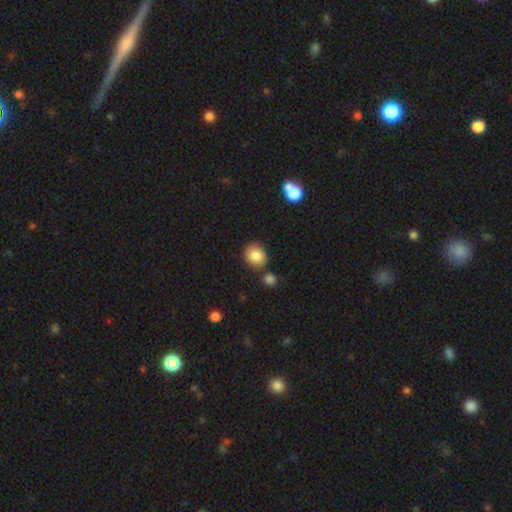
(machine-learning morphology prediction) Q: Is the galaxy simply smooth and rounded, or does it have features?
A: smooth — 85%.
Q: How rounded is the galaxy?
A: round — 76%.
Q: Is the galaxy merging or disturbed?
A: none — 76%.